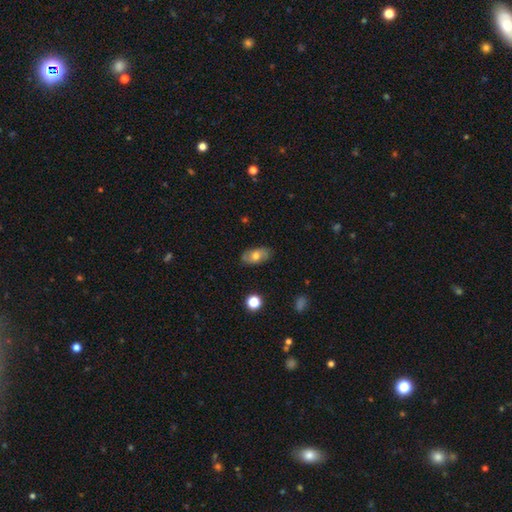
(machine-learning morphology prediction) Overall: smooth (59%; featured or disk 32%). How rounded: in between (89%). Merging: none (81%).